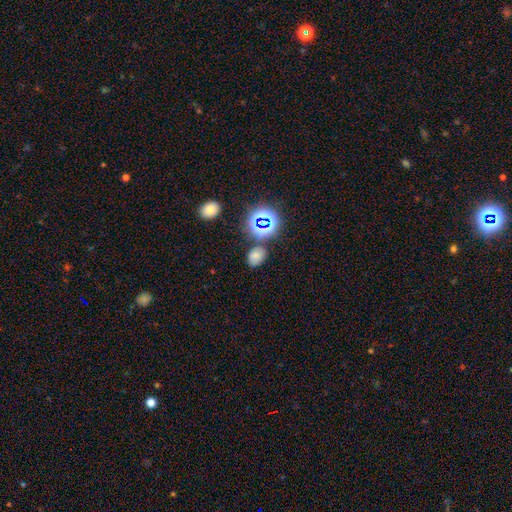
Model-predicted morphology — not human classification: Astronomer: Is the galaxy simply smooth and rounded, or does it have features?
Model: smooth — 65%.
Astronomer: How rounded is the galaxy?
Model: in between — 72%.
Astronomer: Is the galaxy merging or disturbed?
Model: none — 73%.